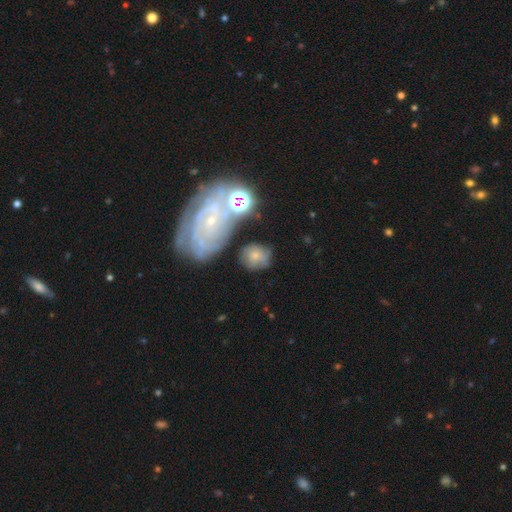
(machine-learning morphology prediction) Smooth or featured?
  - smooth: 45% *
  - featured or disk: 42%
  - star or artifact: 13%
Merging?
  - none: 64% *
  - minor disturbance: 17%
  - merger: 10%
  - major disturbance: 8%